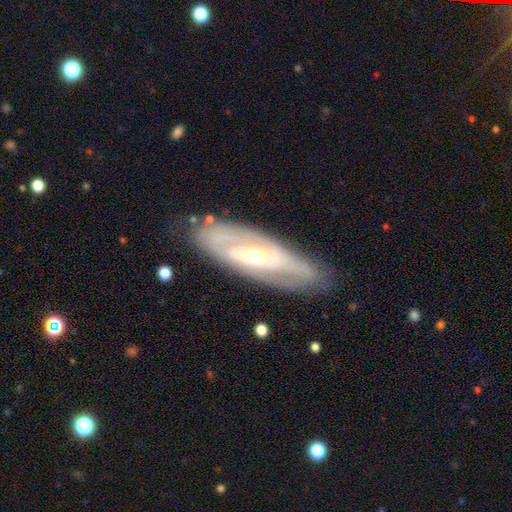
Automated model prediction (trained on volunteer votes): This is likely a featured or disk galaxy (77%). It is likely not viewed edge-on (79%). Bar: possibly no (49%). Spiral arm pattern: likely yes (71%). Central bulge: likely small (62%). Merging: clearly none (80%).